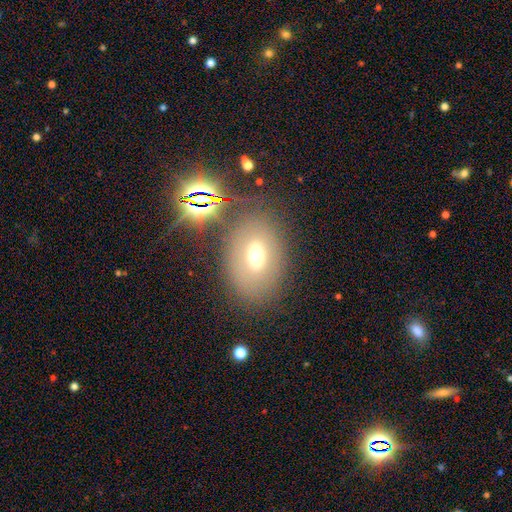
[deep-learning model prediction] A smooth galaxy with no disk features (52%) that is in between round and cigar-shaped (83%).

Vote fractions:
- Smooth or featured? smooth: 52% / featured or disk: 29% / star or artifact: 19%
- How rounded? in between: 83% / round: 15% / cigar-shaped: 2%
- Merging? none: 76% / minor disturbance: 13% / major disturbance: 7% / merger: 5%